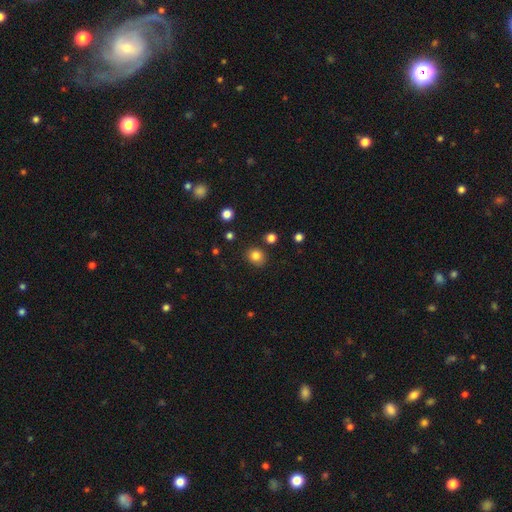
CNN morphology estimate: Smooth or featured?
  - smooth: 83% *
  - star or artifact: 12%
  - featured or disk: 5%
How rounded?
  - round: 72% *
  - in between: 27%
  - cigar-shaped: 1%
Merging?
  - none: 83% *
  - minor disturbance: 10%
  - merger: 3%
  - major disturbance: 3%